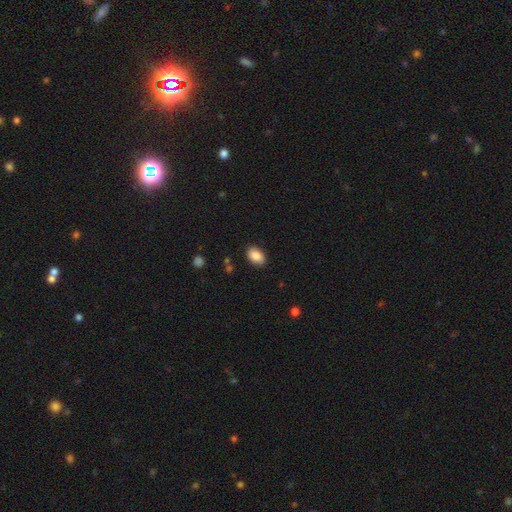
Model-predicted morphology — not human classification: This appears to be a smooth galaxy with no disk features (88%) that is in between round and cigar-shaped (88%). Merging: none (87%).